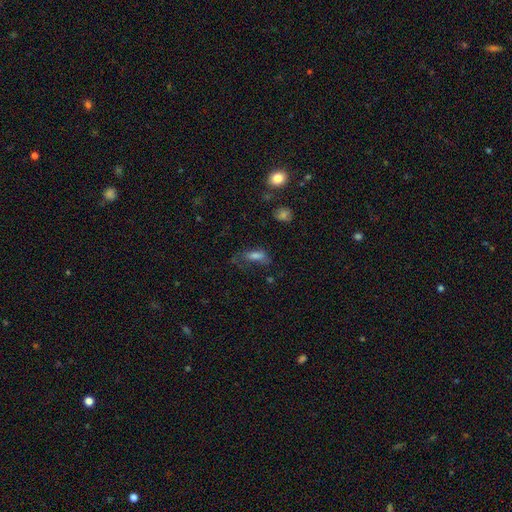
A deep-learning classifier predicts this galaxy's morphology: Smooth or featured: smooth — 67% (featured or disk — 19%)
How rounded: in between — 74% (cigar-shaped — 20%)
Merging: none — 44% (major disturbance — 26%)